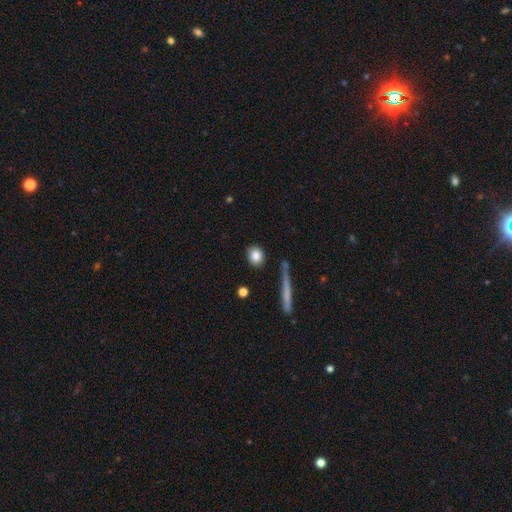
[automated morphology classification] smooth-or-featured: smooth: 83% | featured or disk: 9% | star or artifact: 8%
  how-rounded: round: 68% | in between: 28% | cigar-shaped: 4%
  merging: none: 84% | minor disturbance: 9% | merger: 4% | major disturbance: 3%